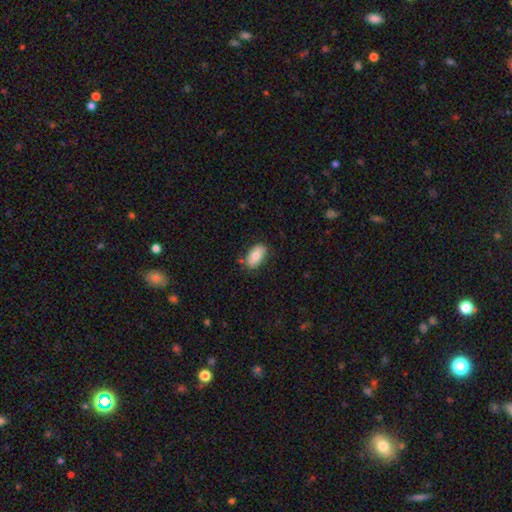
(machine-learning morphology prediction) The model was most divided on "smooth or featured": smooth: 75%, featured or disk: 18%, star or artifact: 7%. More confident: how rounded — in between (92%); merging — none (80%).